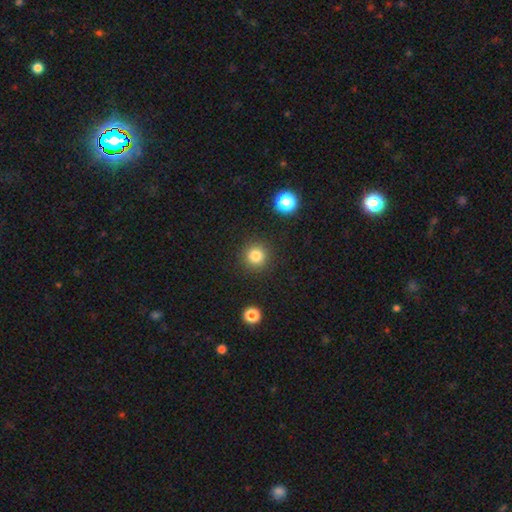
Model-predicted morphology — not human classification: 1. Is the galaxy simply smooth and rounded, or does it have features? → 82% smooth, 12% star or artifact, 5% featured or disk.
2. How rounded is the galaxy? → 94% round, 5% in between, 1% cigar-shaped.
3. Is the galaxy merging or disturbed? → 90% none, 6% minor disturbance, 3% major disturbance, 2% merger.